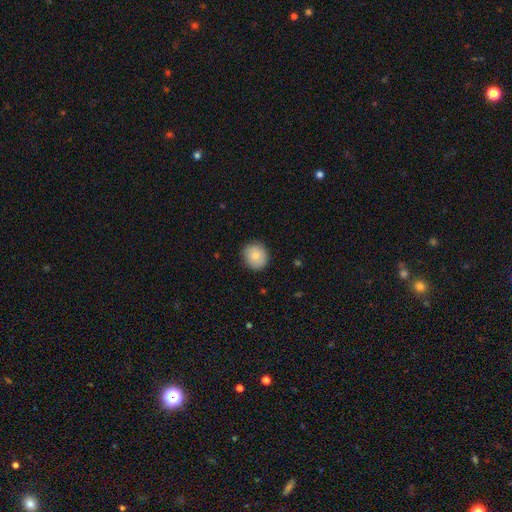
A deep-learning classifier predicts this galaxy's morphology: Smooth or featured: smooth — 84% (featured or disk — 9%)
How rounded: round — 84% (in between — 15%)
Merging: none — 87% (minor disturbance — 10%)